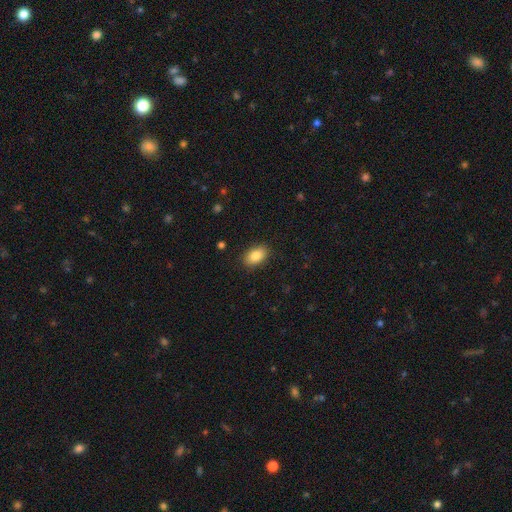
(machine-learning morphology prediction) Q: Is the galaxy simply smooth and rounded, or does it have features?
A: smooth — 85%.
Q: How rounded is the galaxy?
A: in between — 89%.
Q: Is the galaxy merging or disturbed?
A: none — 88%.